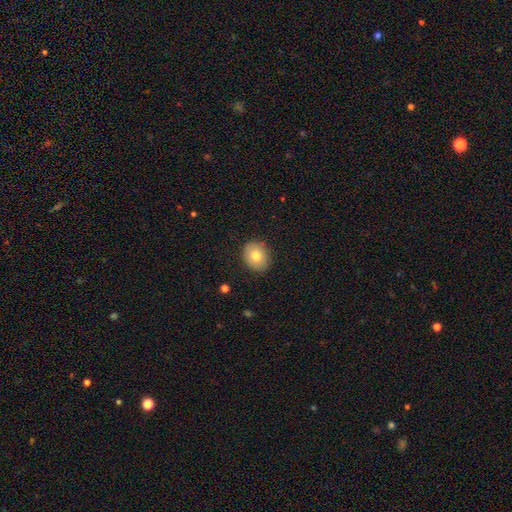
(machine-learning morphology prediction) smooth_or_featured: smooth (p=0.79) [alt: featured or disk p=0.13]
how_rounded: round (p=0.56) [alt: in between p=0.43]
merging: none (p=0.87) [alt: minor disturbance p=0.10]